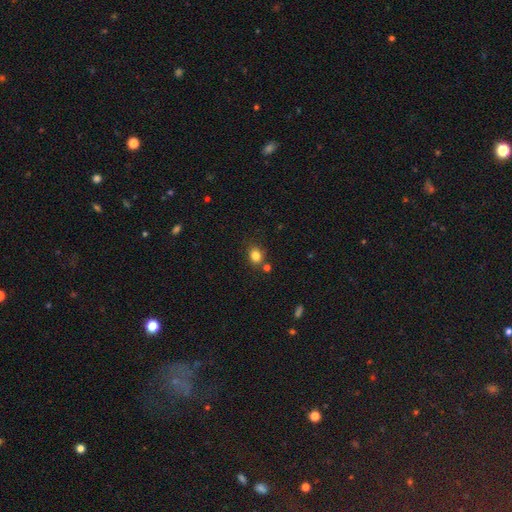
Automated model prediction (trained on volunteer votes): A smooth galaxy with no disk features (82%) that is round (61%).

Vote fractions:
- Smooth or featured? smooth: 82% / star or artifact: 12% / featured or disk: 6%
- How rounded? round: 61% / in between: 38% / cigar-shaped: 1%
- Merging? none: 75% / minor disturbance: 12% / merger: 10% / major disturbance: 3%